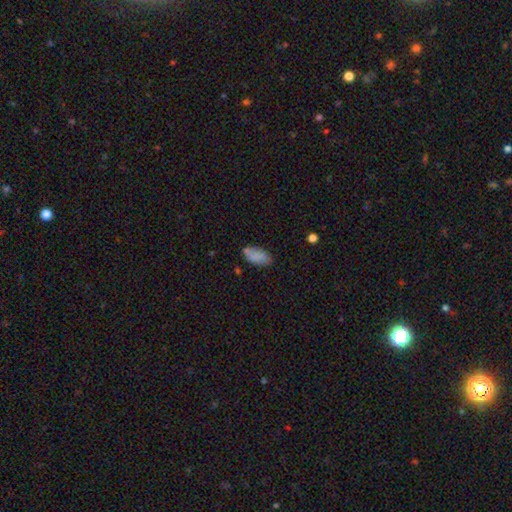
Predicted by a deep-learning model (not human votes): Overall: smooth (82%). How rounded: in between (92%). Merging: none (67%).